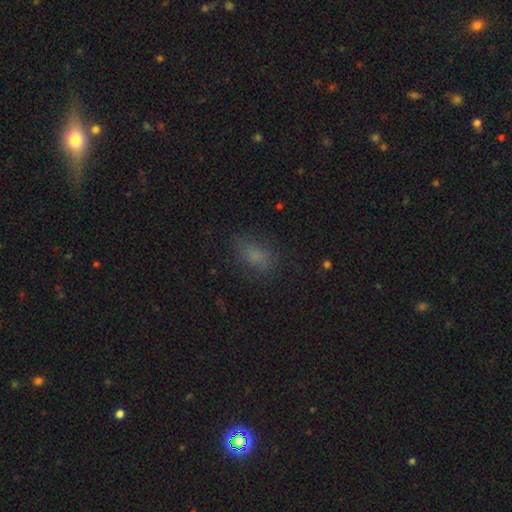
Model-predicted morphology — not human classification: smooth_or_featured: smooth (p=0.74) [alt: star or artifact p=0.16]
how_rounded: in between (p=0.82) [alt: round p=0.12]
merging: none (p=0.72) [alt: minor disturbance p=0.18]